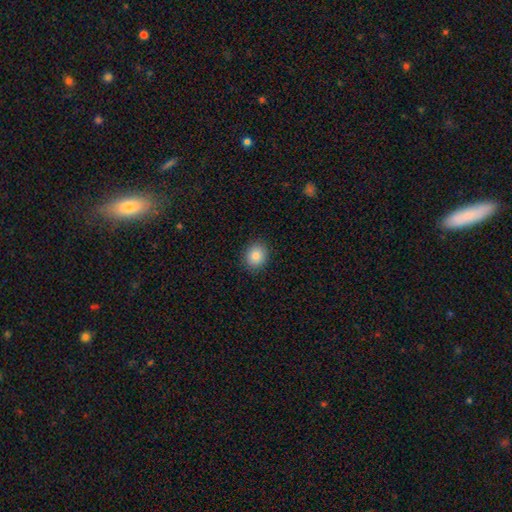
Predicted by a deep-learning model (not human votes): The model was most divided on "how rounded": round: 71%, in between: 28%, cigar-shaped: 1%. More confident: merging — none (90%); smooth or featured — smooth (85%).